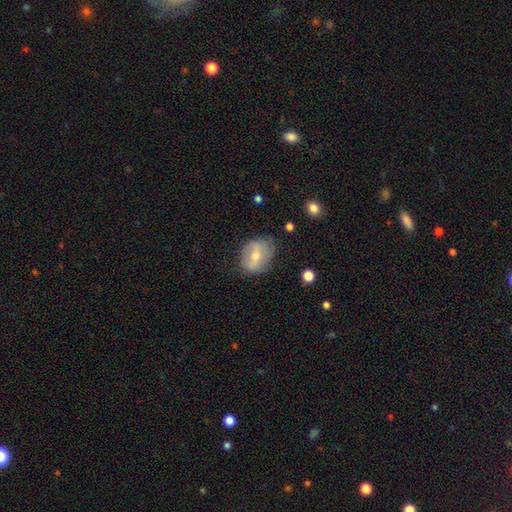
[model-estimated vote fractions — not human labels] Smooth or featured: smooth — 52% (featured or disk — 40%)
How rounded: in between — 52% (round — 46%)
Merging: none — 69% (minor disturbance — 22%)